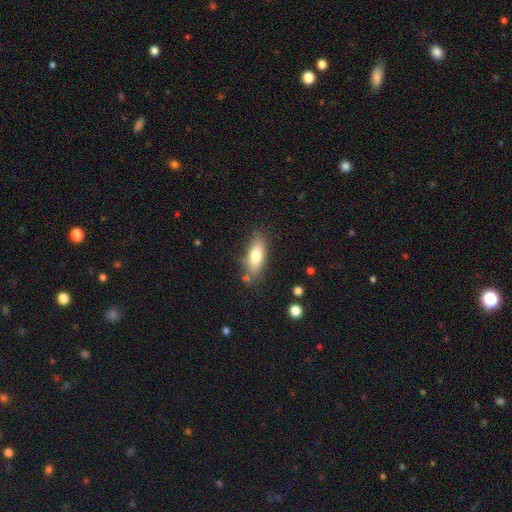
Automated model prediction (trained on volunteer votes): Smooth or featured: smooth — 74% (featured or disk — 19%)
How rounded: in between — 70% (cigar-shaped — 28%)
Merging: none — 75% (minor disturbance — 16%)